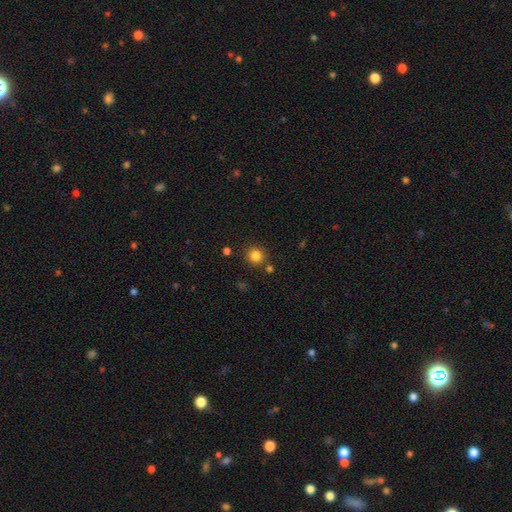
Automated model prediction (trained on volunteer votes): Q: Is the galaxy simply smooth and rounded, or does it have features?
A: smooth — 83%.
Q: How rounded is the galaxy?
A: round — 90%.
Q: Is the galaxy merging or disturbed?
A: none — 84%.